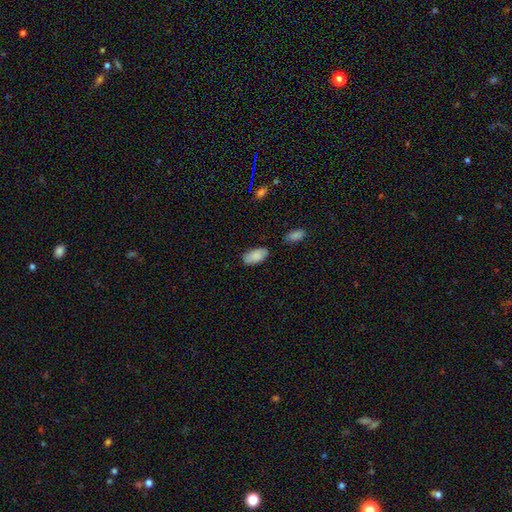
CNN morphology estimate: A smooth galaxy with no disk features (86%) that is in between round and cigar-shaped (94%).

Vote fractions:
- Smooth or featured? smooth: 86% / featured or disk: 7% / star or artifact: 7%
- How rounded? in between: 94% / cigar-shaped: 4% / round: 2%
- Merging? none: 76% / minor disturbance: 17% / merger: 4% / major disturbance: 3%